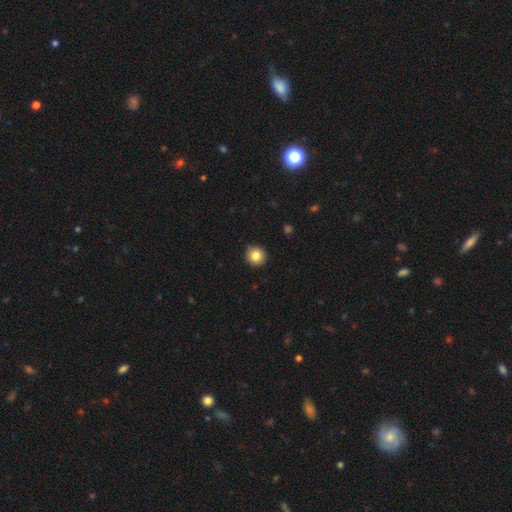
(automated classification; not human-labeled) This is clearly a smooth galaxy (83%). How rounded: clearly round (94%). Merging: clearly none (92%).